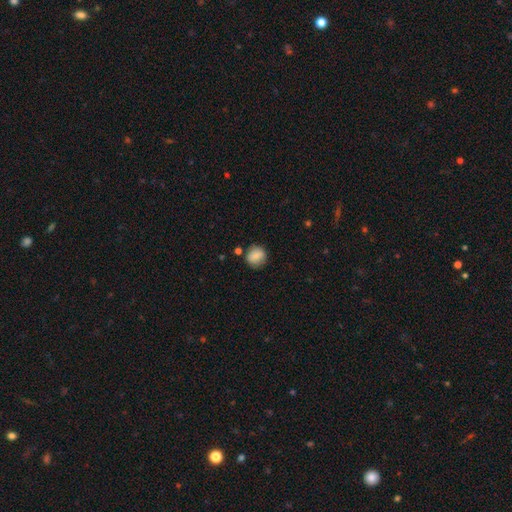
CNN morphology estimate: type=smooth (82%); roundness=round (86%); merging=none (77%).